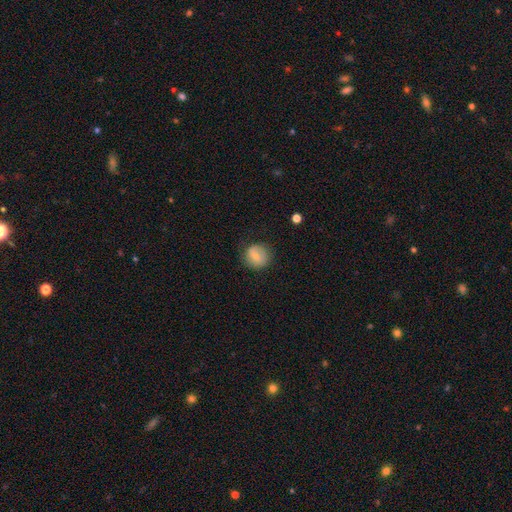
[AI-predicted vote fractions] This appears to be a smooth galaxy with no disk features (67%) that is round (85%). Merging: none (75%).